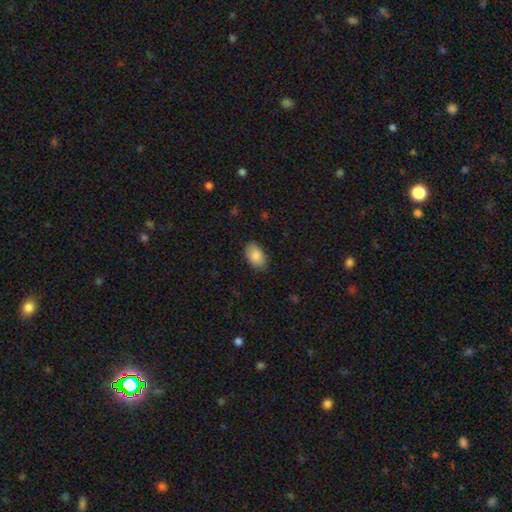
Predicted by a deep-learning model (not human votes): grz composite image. It shows a smooth galaxy with no disk features (87%) that is in between round and cigar-shaped (91%). Merging: none (82%).